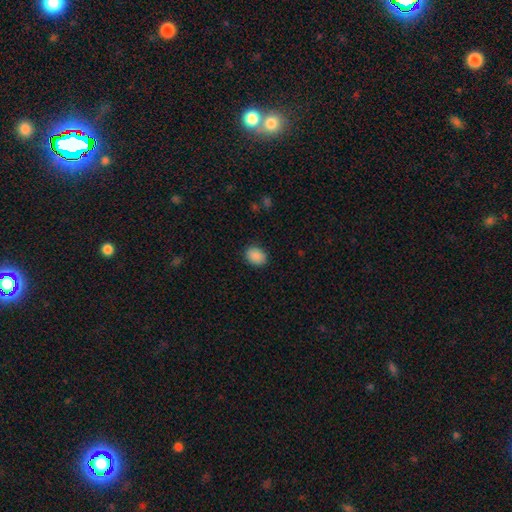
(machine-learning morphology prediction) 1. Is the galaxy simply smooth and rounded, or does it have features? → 89% smooth, 8% star or artifact, 3% featured or disk.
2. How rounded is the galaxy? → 62% in between, 37% round, 1% cigar-shaped.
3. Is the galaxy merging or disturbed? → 88% none, 9% minor disturbance, 2% major disturbance, 1% merger.